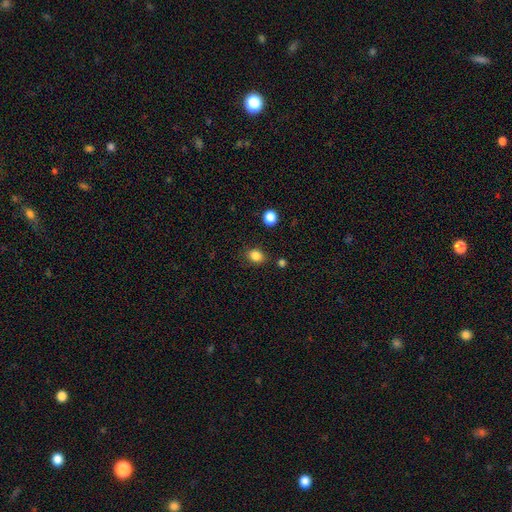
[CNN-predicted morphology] Smooth or featured?
  - smooth: 85% *
  - star or artifact: 11%
  - featured or disk: 4%
How rounded?
  - in between: 52% *
  - round: 47%
  - cigar-shaped: 1%
Merging?
  - none: 81% *
  - minor disturbance: 12%
  - merger: 4%
  - major disturbance: 3%